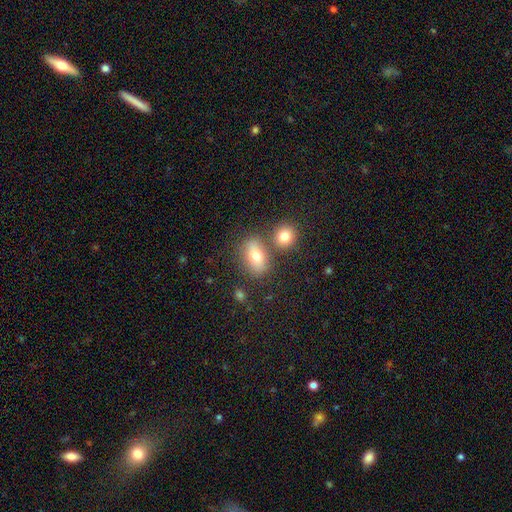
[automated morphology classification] This appears to be a smooth galaxy with no disk features (72%) that is in between round and cigar-shaped (78%). Merging: none (64%).